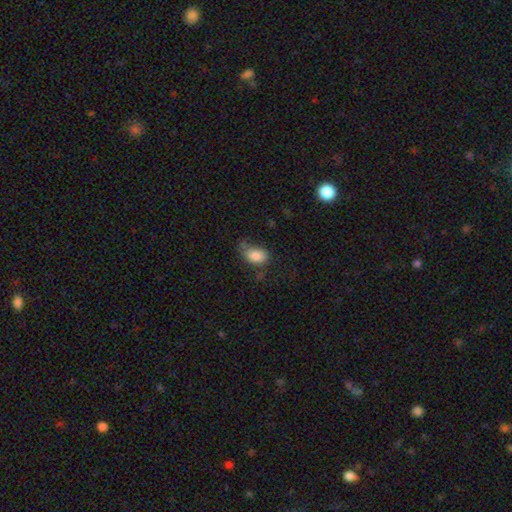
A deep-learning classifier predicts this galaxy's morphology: Smooth or featured? smooth (84%)
How rounded? in between (88%)
Merging? none (40%)